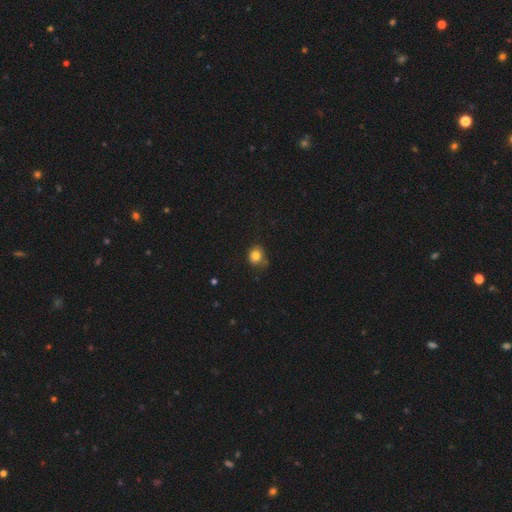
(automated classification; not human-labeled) A smooth galaxy with no disk features (82%) that is round (69%). Merging: none (63%).